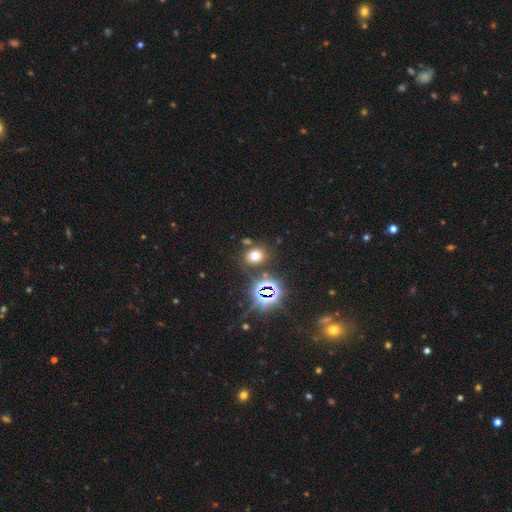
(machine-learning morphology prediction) This is likely a star or artifact rather than a galaxy (68%).